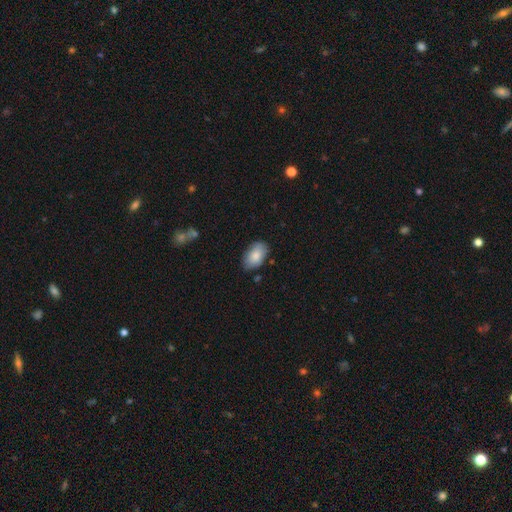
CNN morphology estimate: Overall: smooth (84%). How rounded: in between (92%). Merging: none (78%).